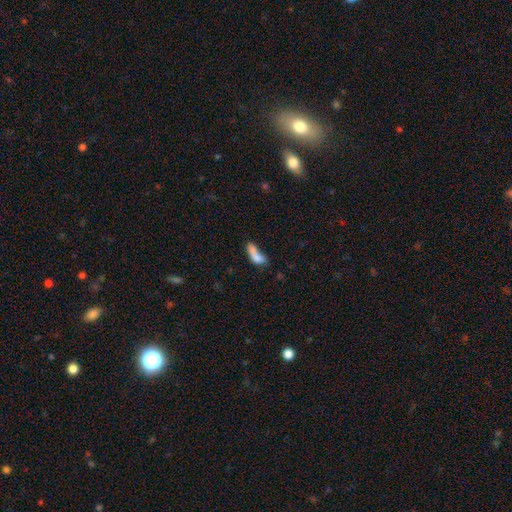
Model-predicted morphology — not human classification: Overall: smooth (73%). How rounded: in between (61%; cigar-shaped 34%). Merging: merger (38%; none 28%).